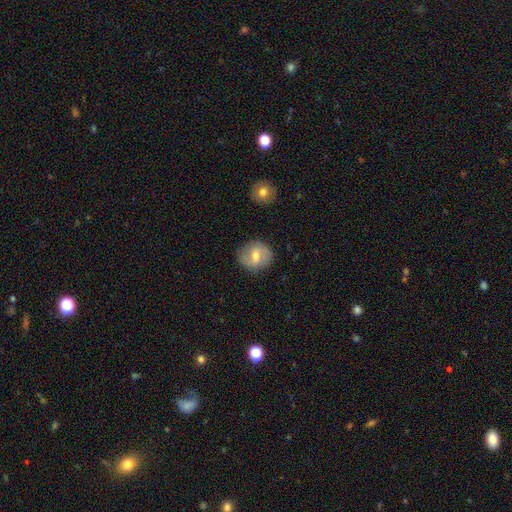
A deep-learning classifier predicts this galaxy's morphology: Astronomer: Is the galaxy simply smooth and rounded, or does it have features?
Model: featured or disk — 55% (runner-up: smooth, 38%).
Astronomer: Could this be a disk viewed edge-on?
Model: no — 96%.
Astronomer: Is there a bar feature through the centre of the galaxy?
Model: weak — 56%.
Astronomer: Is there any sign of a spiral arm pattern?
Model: yes — 77%.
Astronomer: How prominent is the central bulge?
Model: moderate — 65%.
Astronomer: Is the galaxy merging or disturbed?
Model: none — 83%.